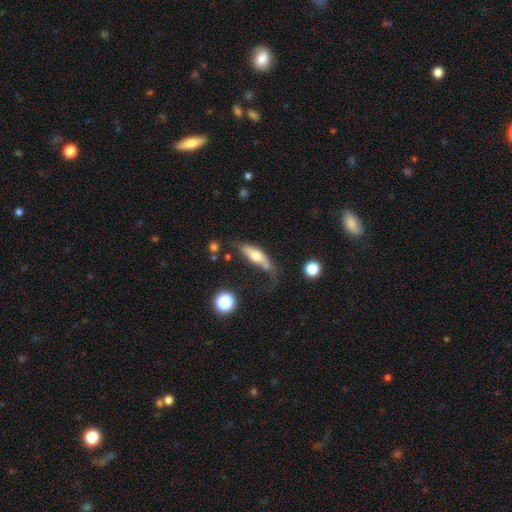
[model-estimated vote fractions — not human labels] smooth-or-featured: smooth: 55% | featured or disk: 38% | star or artifact: 7%
  how-rounded: in between: 49% | cigar-shaped: 48% | round: 3%
  merging: none: 36% | minor disturbance: 29% | major disturbance: 27% | merger: 9%